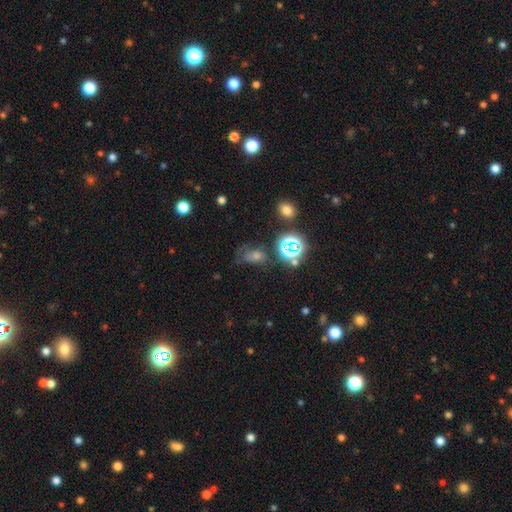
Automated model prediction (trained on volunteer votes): This appears to be a star or artifact, not a galaxy (48%).